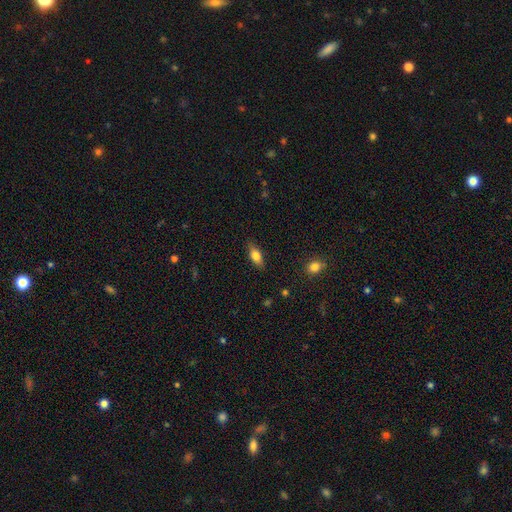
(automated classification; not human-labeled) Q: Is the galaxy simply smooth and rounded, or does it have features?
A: smooth — 71%.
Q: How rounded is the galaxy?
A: in between — 75%.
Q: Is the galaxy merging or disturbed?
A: none — 85%.